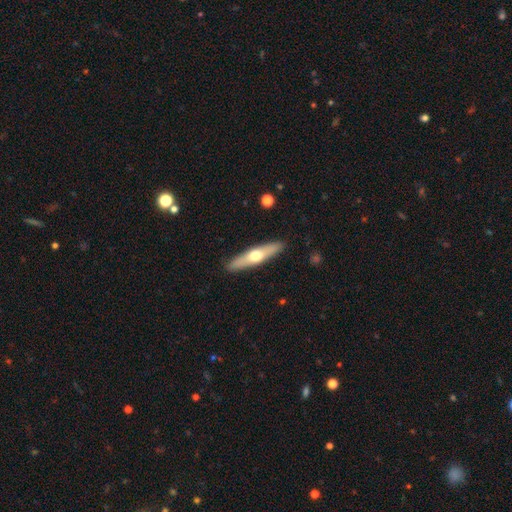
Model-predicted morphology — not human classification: Smooth or featured?
  - featured or disk: 51% *
  - smooth: 44%
  - star or artifact: 5%
Edge-on disk?
  - yes: 90% *
  - no: 10%
Merging?
  - none: 90% *
  - minor disturbance: 7%
  - major disturbance: 2%
  - merger: 1%